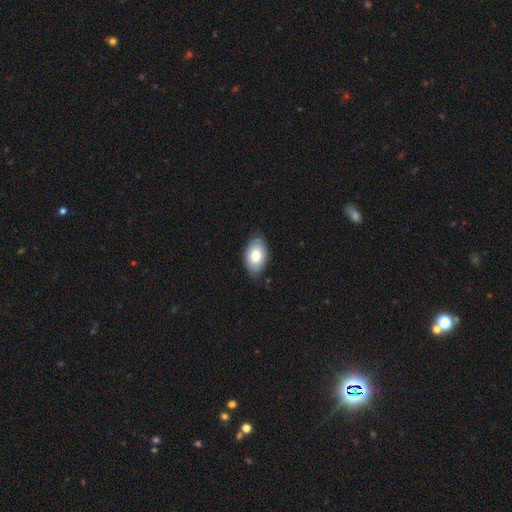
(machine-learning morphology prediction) Smooth or featured?
  - smooth: 80% *
  - featured or disk: 14%
  - star or artifact: 6%
How rounded?
  - in between: 94% *
  - round: 5%
  - cigar-shaped: 1%
Merging?
  - none: 81% *
  - minor disturbance: 16%
  - major disturbance: 2%
  - merger: 1%